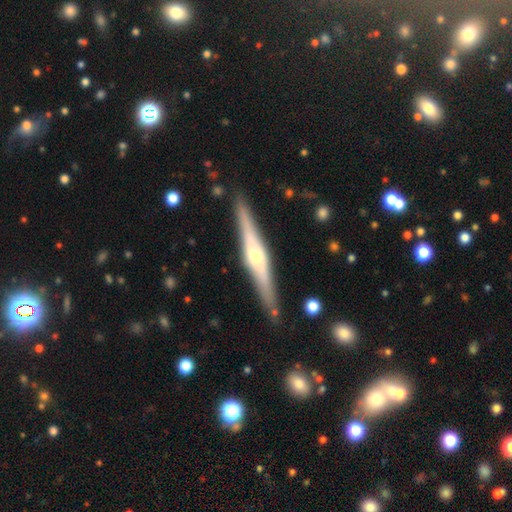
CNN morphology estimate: smooth_or_featured: featured or disk (p=0.76) [alt: smooth p=0.19]
disk_edge_on: yes (p=0.97) [alt: no p=0.03]
edge_on_bulge: rounded (p=0.76) [alt: boxy p=0.17]
merging: none (p=0.87) [alt: minor disturbance p=0.09]